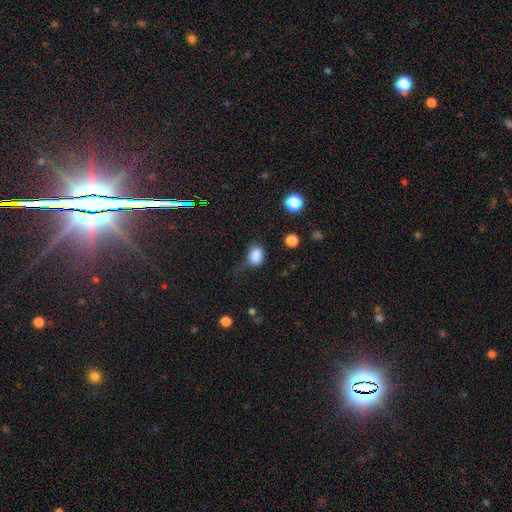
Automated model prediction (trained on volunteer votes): A smooth galaxy with no disk features (83%) that is in between round and cigar-shaped (58%). Merging: none (47%).